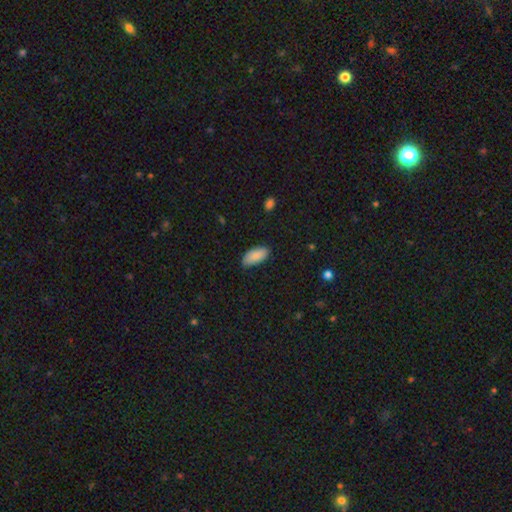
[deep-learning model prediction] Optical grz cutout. It shows a smooth galaxy with no disk features (88%) that is in between round and cigar-shaped (90%). Merging: none (81%).